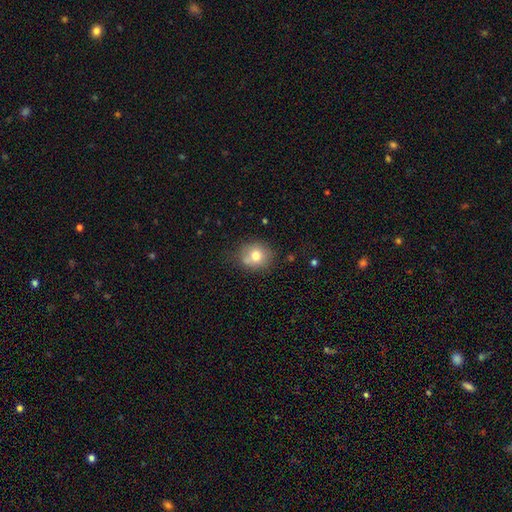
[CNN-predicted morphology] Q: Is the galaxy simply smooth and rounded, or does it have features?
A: smooth — 74%.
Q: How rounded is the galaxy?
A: round — 77%.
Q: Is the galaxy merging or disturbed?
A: none — 64%.